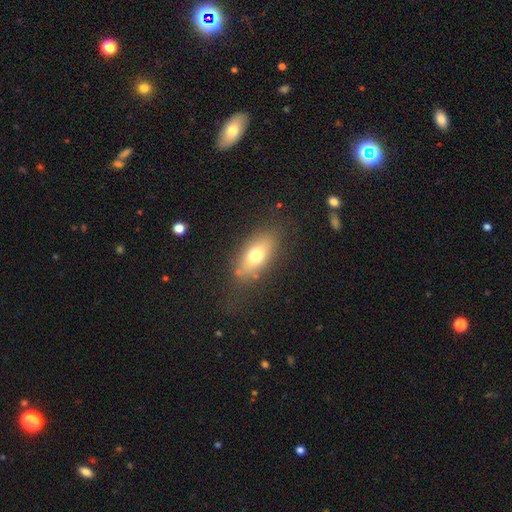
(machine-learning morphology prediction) Smooth or featured?
  - smooth: 70% *
  - featured or disk: 21%
  - star or artifact: 9%
How rounded?
  - in between: 82% *
  - cigar-shaped: 11%
  - round: 7%
Merging?
  - none: 76% *
  - minor disturbance: 15%
  - major disturbance: 6%
  - merger: 3%